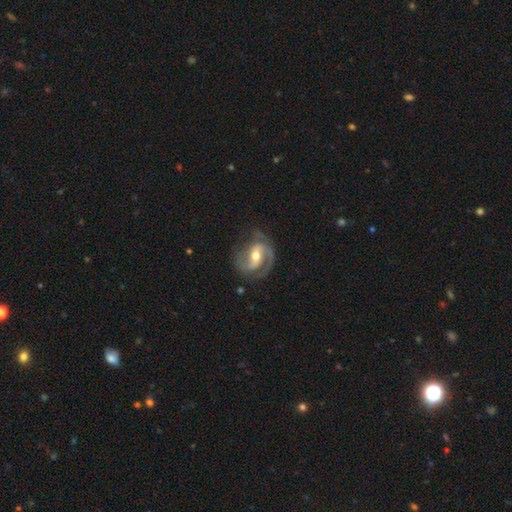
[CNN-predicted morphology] Smooth or featured? featured or disk (85%)
Edge-on disk? no (97%)
Bar? weak (40%)
Spiral arms? yes (95%)
Spiral winding? medium (51%)
Spiral arm count? 2 (79%)
Bulge size? moderate (67%)
Merging? none (66%)